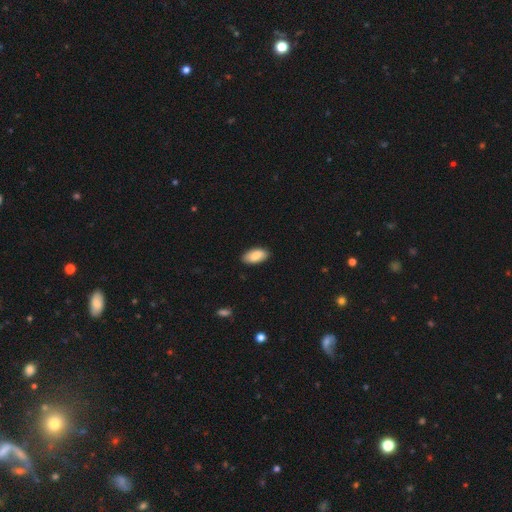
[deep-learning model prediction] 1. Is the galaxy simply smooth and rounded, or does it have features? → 86% smooth, 8% featured or disk, 6% star or artifact.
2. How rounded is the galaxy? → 94% in between, 4% cigar-shaped, 2% round.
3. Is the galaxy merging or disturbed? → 86% none, 11% minor disturbance, 2% major disturbance, 1% merger.